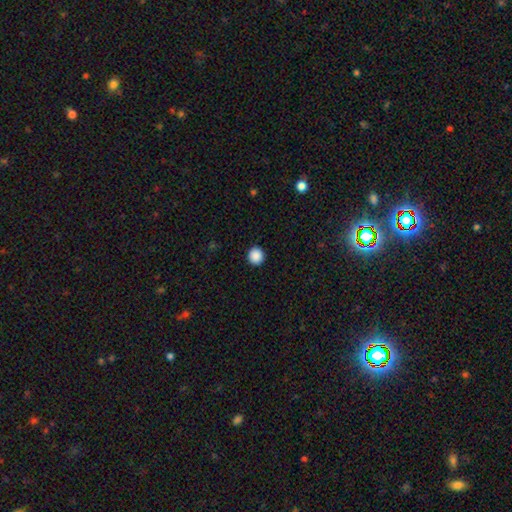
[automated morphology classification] Smooth or featured: smooth — 89% (star or artifact — 9%)
How rounded: round — 94% (in between — 5%)
Merging: none — 93% (minor disturbance — 4%)